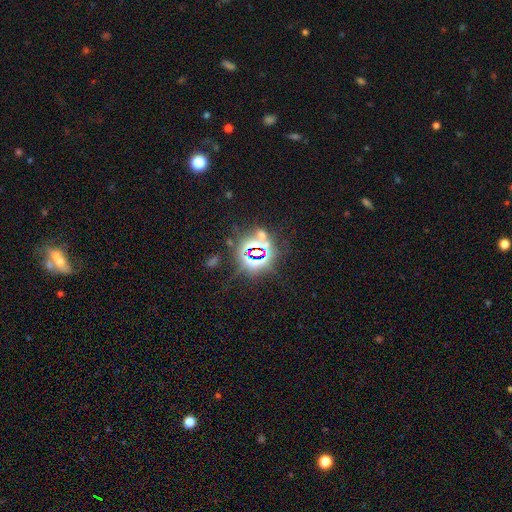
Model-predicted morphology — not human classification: Smooth or featured? star or artifact (78%)